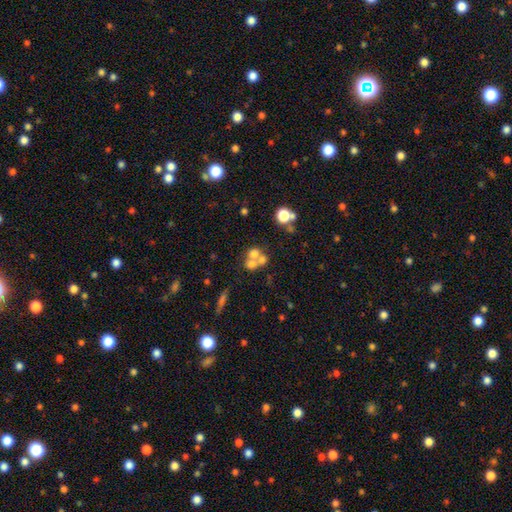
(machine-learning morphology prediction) Q: Smooth or featured?
A: smooth (57%); runner-up: featured or disk (26%)
Q: How rounded?
A: round (77%); runner-up: in between (22%)
Q: Merging?
A: merger (57%); runner-up: none (31%)